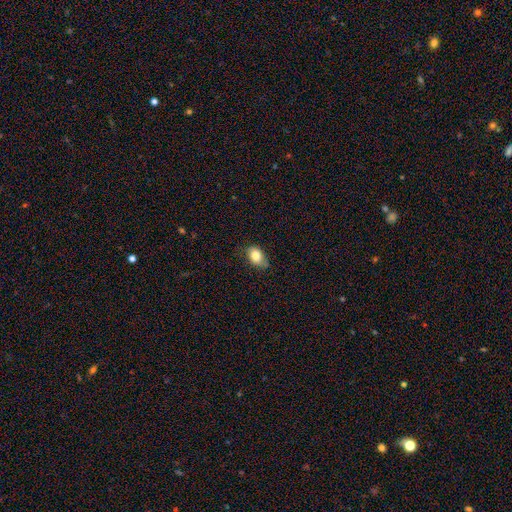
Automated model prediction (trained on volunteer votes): Smooth or featured?
  - smooth: 83% *
  - featured or disk: 9%
  - star or artifact: 8%
How rounded?
  - in between: 79% *
  - round: 19%
  - cigar-shaped: 1%
Merging?
  - none: 63% *
  - minor disturbance: 30%
  - major disturbance: 6%
  - merger: 2%